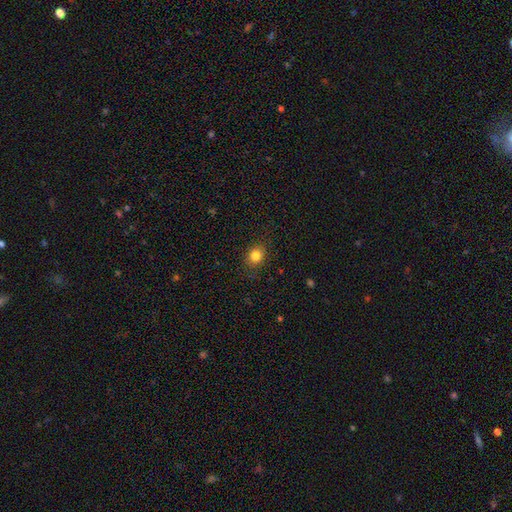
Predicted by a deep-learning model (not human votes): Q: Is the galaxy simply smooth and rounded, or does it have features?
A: smooth — 82%.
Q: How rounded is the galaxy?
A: round — 67%.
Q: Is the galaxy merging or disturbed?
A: none — 87%.